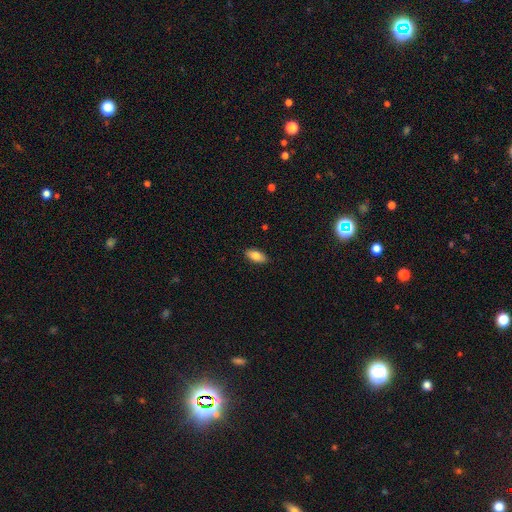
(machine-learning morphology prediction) Smooth or featured? Predicted: smooth (p=0.81). How rounded? Predicted: in between (p=0.90). Merging? Predicted: none (p=0.89).